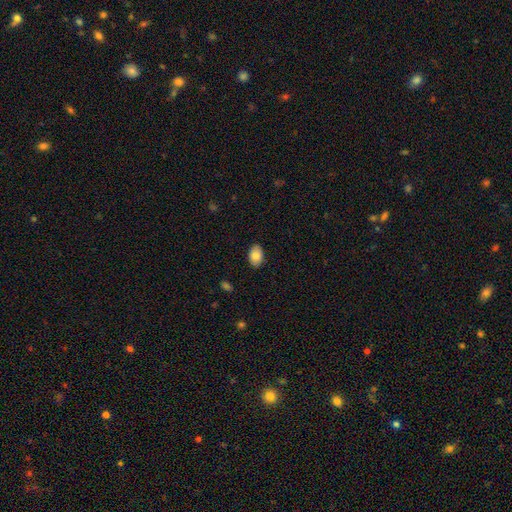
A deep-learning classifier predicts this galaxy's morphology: smooth_or_featured: smooth (p=0.86) [alt: featured or disk p=0.07]
how_rounded: in between (p=0.88) [alt: round p=0.11]
merging: none (p=0.87) [alt: minor disturbance p=0.10]